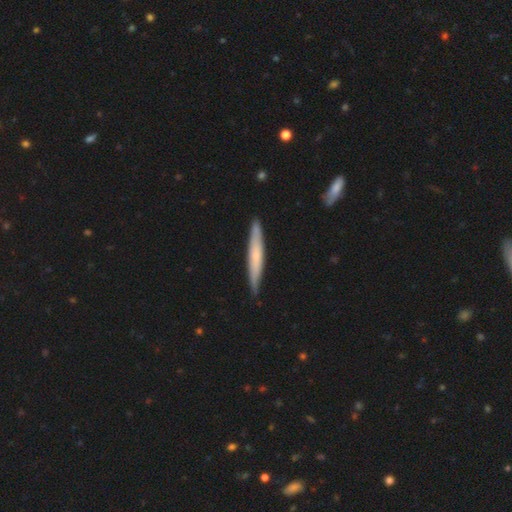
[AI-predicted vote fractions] smooth-or-featured: smooth: 51% | featured or disk: 43% | star or artifact: 5%
  how-rounded: cigar-shaped: 94% | in between: 4% | round: 1%
  merging: none: 87% | minor disturbance: 11% | major disturbance: 2% | merger: 1%